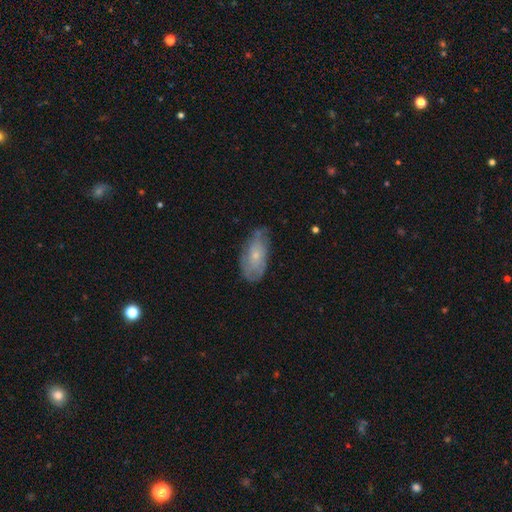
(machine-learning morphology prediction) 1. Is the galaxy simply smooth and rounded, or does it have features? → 49% smooth, 44% featured or disk, 7% star or artifact.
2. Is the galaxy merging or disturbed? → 61% none, 30% minor disturbance, 8% major disturbance, 2% merger.